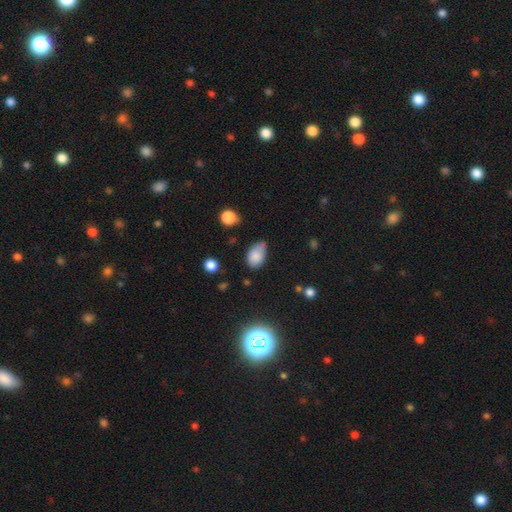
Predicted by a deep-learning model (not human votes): smooth 81%, star or artifact 10%, featured or disk 9%. Down the decision tree: how rounded — in between (87%); merging — none (46%).